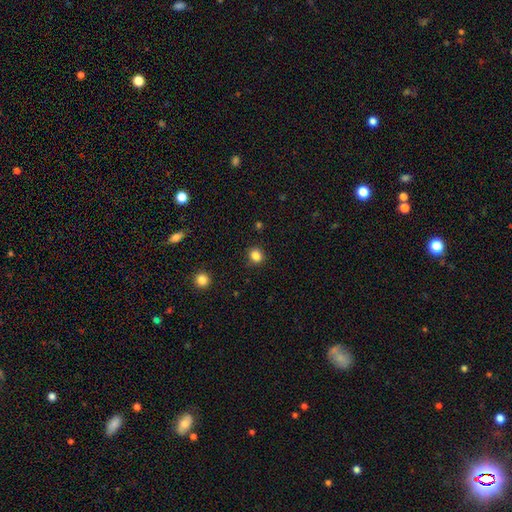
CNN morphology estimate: type=smooth (84%); roundness=round (83%); merging=none (89%).